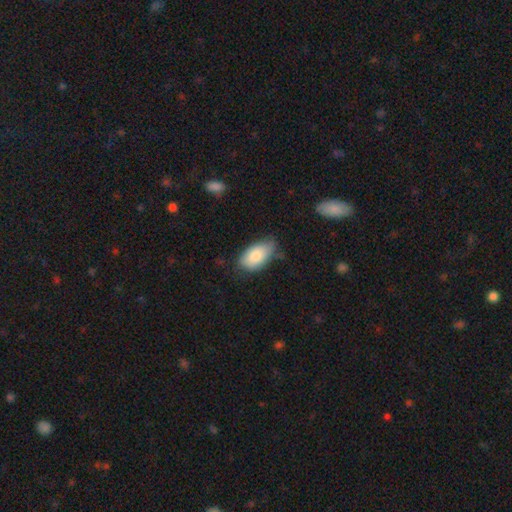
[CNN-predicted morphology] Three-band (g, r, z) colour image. It shows a smooth galaxy with no disk features (82%) that is in between round and cigar-shaped (94%). Merging: none (61%).